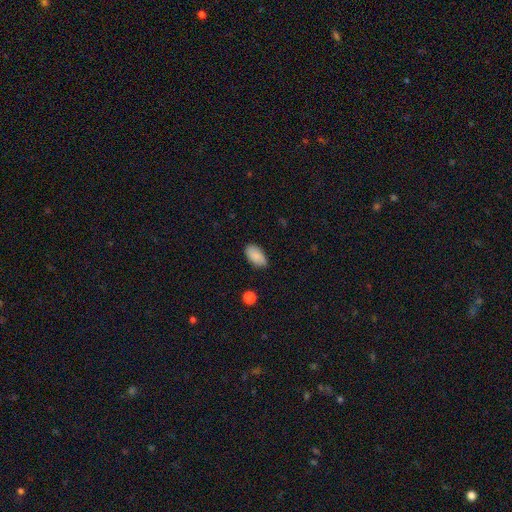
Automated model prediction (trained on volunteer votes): Smooth or featured? Predicted: smooth (p=0.87). How rounded? Predicted: in between (p=0.94). Merging? Predicted: none (p=0.82).